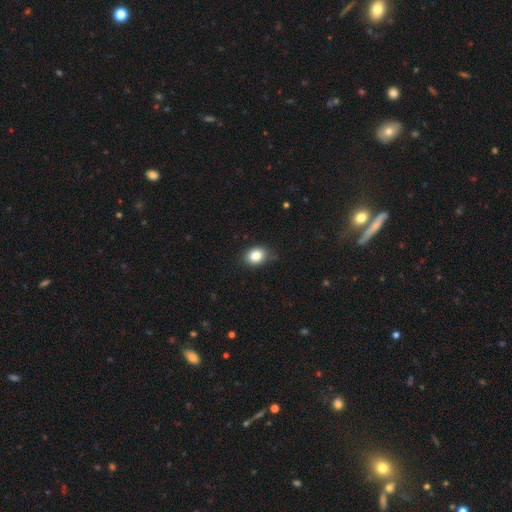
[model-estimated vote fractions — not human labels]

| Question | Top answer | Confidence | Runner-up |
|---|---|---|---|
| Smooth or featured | smooth | 84% | star or artifact (10%) |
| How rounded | in between | 58% | round (41%) |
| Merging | none | 78% | minor disturbance (18%) |